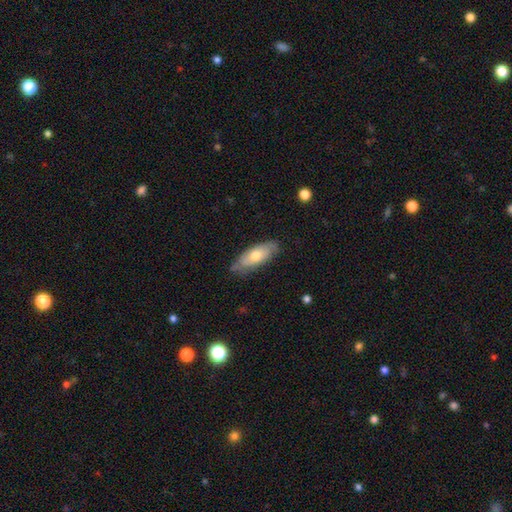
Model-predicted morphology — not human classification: Smooth or featured? smooth (51%)
How rounded? in between (74%)
Merging? none (75%)